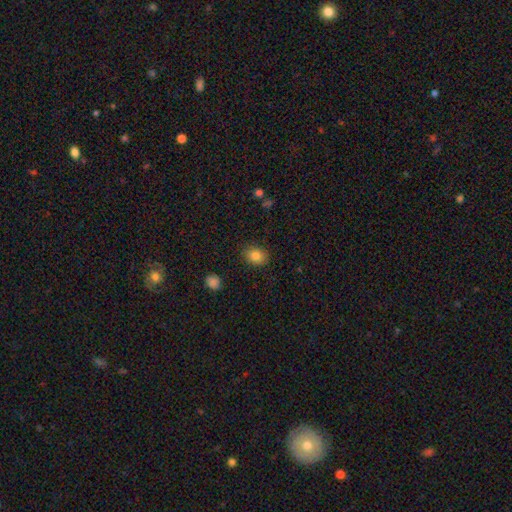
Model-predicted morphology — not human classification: The model was most divided on "how rounded": in between: 50%, round: 49%, cigar-shaped: 1%. More confident: merging — none (88%); smooth or featured — smooth (83%).